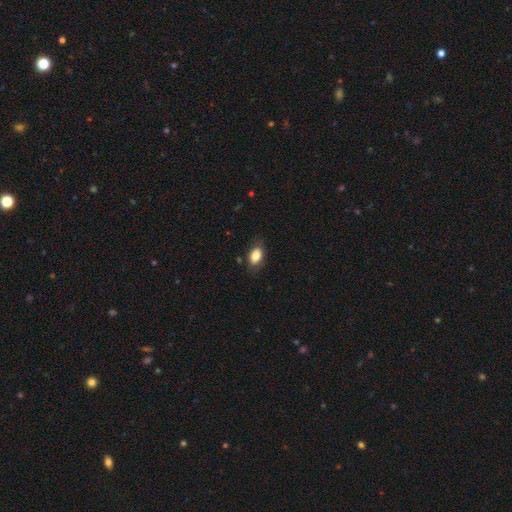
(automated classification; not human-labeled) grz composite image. It shows a smooth galaxy with no disk features (82%) that is in between round and cigar-shaped (88%). Merging: none (76%).